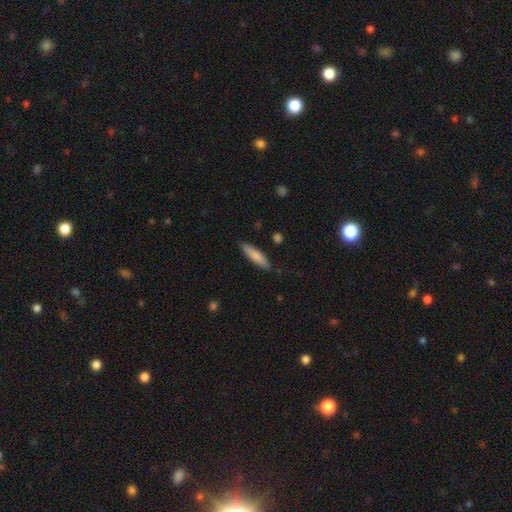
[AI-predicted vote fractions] A smooth galaxy with no disk features (78%) that is cigar-shaped (76%).

Vote fractions:
- Smooth or featured? smooth: 78% / featured or disk: 16% / star or artifact: 6%
- How rounded? cigar-shaped: 76% / in between: 22% / round: 1%
- Merging? none: 85% / minor disturbance: 11% / major disturbance: 2% / merger: 1%